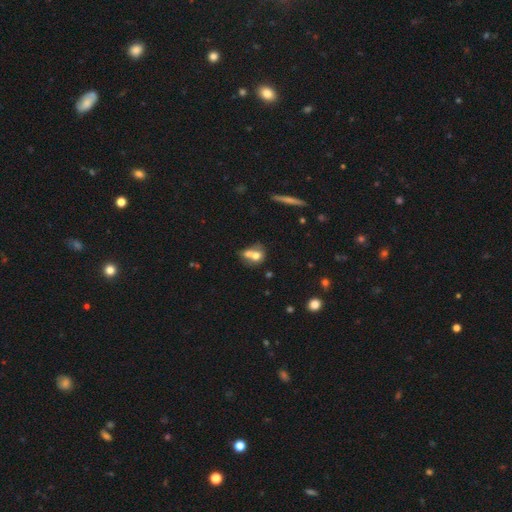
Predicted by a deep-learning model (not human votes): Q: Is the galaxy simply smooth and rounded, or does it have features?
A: smooth — 65%.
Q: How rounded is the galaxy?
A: round — 57%.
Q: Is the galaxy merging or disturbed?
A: merger — 63%.